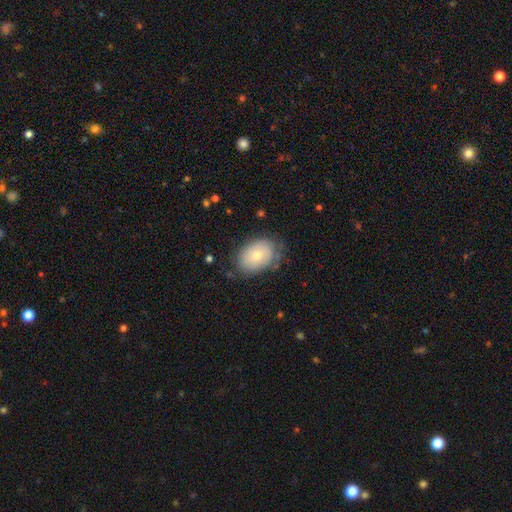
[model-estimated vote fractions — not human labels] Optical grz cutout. It shows a smooth galaxy with no disk features (66%) that is in between round and cigar-shaped (78%). Merging: none (72%).